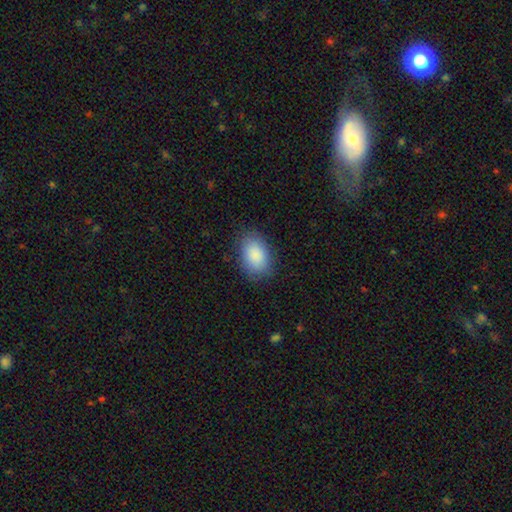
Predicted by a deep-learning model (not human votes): This appears to be a smooth galaxy with no disk features (88%) that is in between round and cigar-shaped (86%). Merging: none (82%).